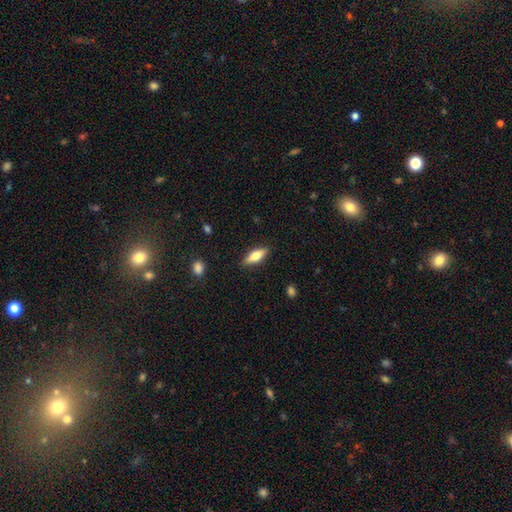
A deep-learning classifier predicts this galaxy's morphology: This appears to be a smooth galaxy with no disk features (67%) that is in between round and cigar-shaped (57%). Merging: none (86%).